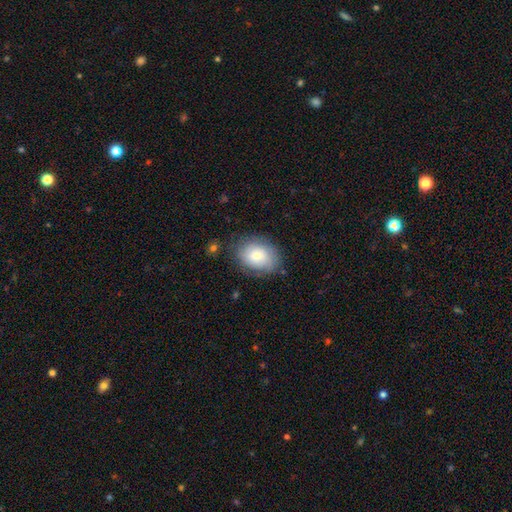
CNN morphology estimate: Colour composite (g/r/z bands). It shows a smooth galaxy with no disk features (71%) that is in between round and cigar-shaped (67%). Merging: none (76%).